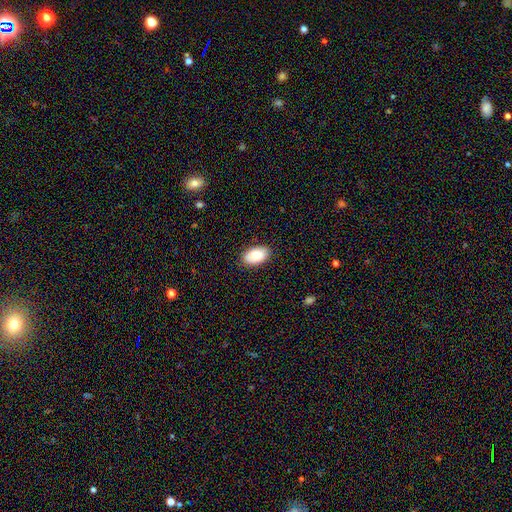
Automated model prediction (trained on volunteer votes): smooth-or-featured: smooth: 82% | featured or disk: 11% | star or artifact: 7%
  how-rounded: in between: 94% | round: 5% | cigar-shaped: 1%
  merging: none: 88% | minor disturbance: 9% | major disturbance: 2% | merger: 1%